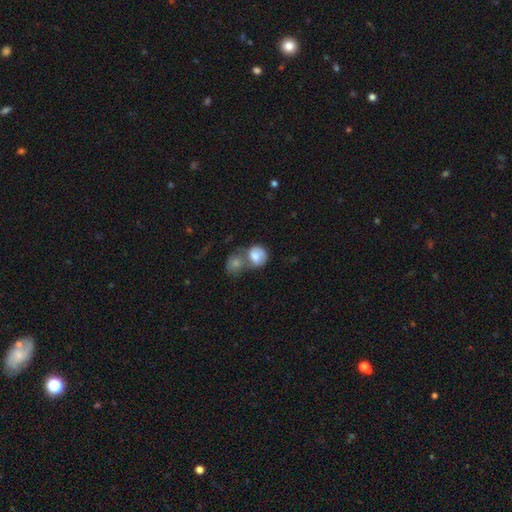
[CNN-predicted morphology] Overall: smooth (76%). How rounded: round (65%; in between 34%). Merging: merger (62%; none 22%).